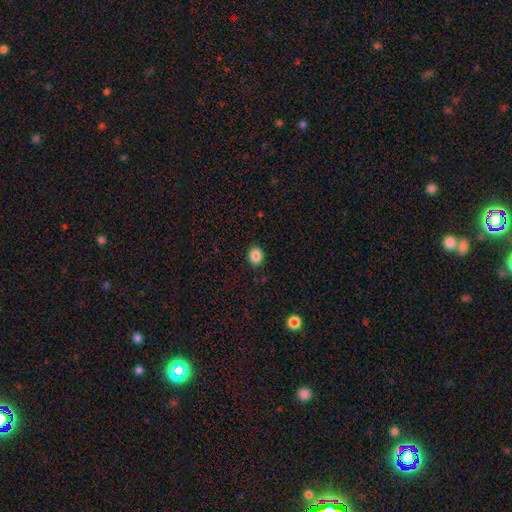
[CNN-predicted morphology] Smooth or featured?
  - smooth: 87% *
  - star or artifact: 10%
  - featured or disk: 4%
How rounded?
  - in between: 50% *
  - round: 49%
  - cigar-shaped: 1%
Merging?
  - none: 89% *
  - minor disturbance: 8%
  - major disturbance: 2%
  - merger: 1%